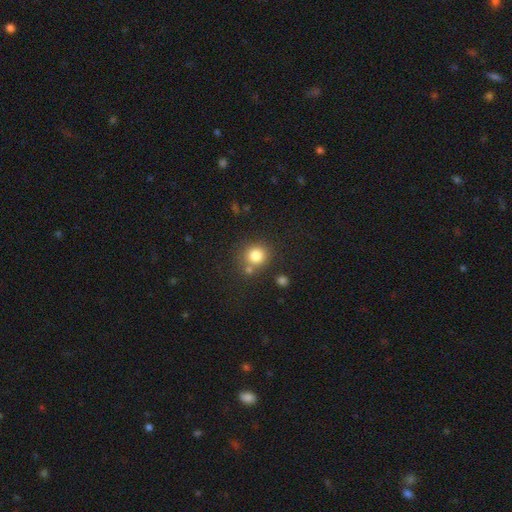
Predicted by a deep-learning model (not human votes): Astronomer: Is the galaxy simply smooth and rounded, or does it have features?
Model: smooth — 81%.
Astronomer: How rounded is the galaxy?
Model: round — 87%.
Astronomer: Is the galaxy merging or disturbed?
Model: none — 69%.